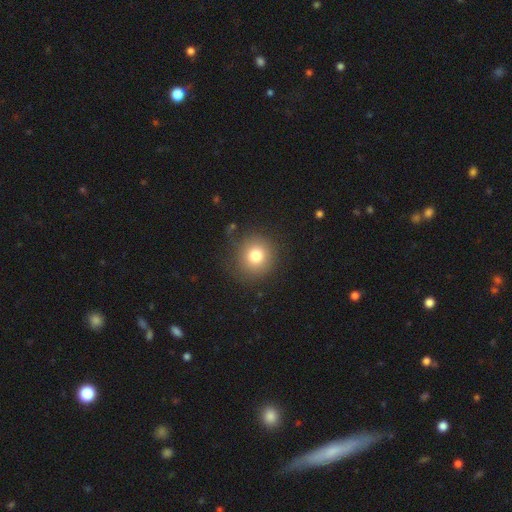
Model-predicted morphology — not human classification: Smooth or featured: smooth — 79% (star or artifact — 12%)
How rounded: round — 91% (in between — 8%)
Merging: none — 84% (minor disturbance — 10%)